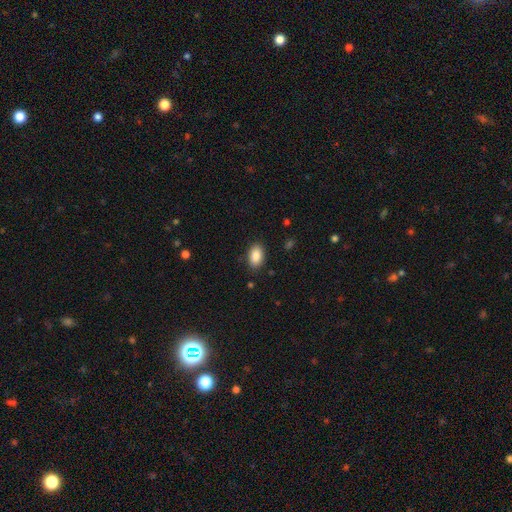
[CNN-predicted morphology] The model was most divided on "merging": none: 86%, minor disturbance: 10%, major disturbance: 3%, merger: 1%. More confident: how rounded — in between (89%); smooth or featured — smooth (88%).